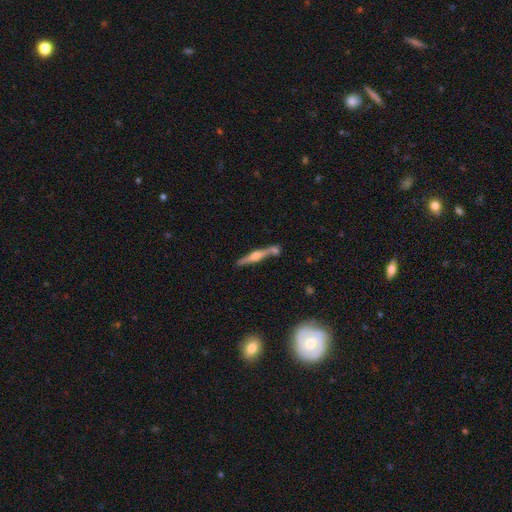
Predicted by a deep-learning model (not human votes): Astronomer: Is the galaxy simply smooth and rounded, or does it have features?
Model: featured or disk — 72%.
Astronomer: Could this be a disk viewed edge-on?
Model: yes — 97%.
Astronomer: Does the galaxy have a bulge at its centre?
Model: rounded — 91%.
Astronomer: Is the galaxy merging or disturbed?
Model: none — 69%.